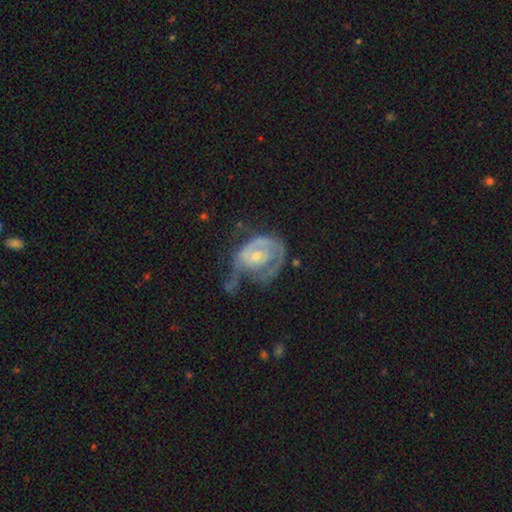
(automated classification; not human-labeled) smooth_or_featured: featured or disk (p=0.72) [alt: smooth p=0.21]
disk_edge_on: no (p=0.97) [alt: yes p=0.03]
bar: no (p=0.74) [alt: weak p=0.22]
has_spiral_arms: yes (p=0.65) [alt: no p=0.35]
bulge_size: small (p=0.54) [alt: moderate p=0.41]
merging: major disturbance (p=0.43) [alt: none p=0.25]